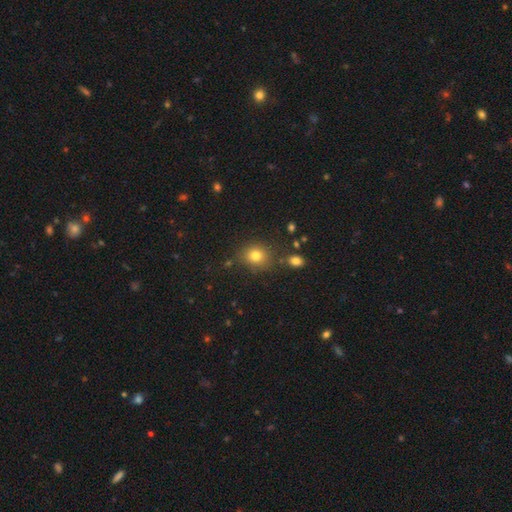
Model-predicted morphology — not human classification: Smooth or featured: smooth — 79% (star or artifact — 13%)
How rounded: round — 73% (in between — 26%)
Merging: none — 79% (minor disturbance — 12%)